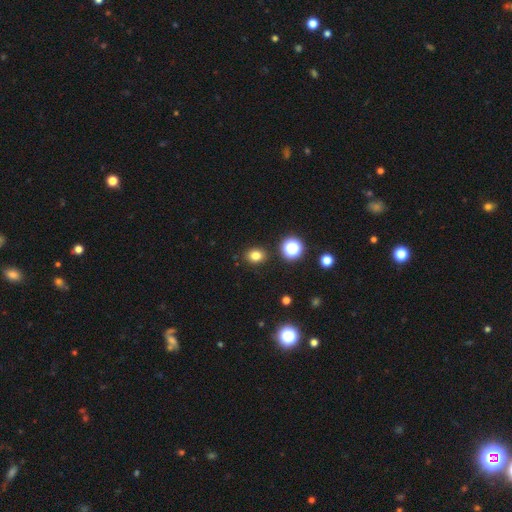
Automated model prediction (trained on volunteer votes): Smooth or featured? Predicted: smooth (p=0.79). How rounded? Predicted: round (p=0.58). Merging? Predicted: none (p=0.88).